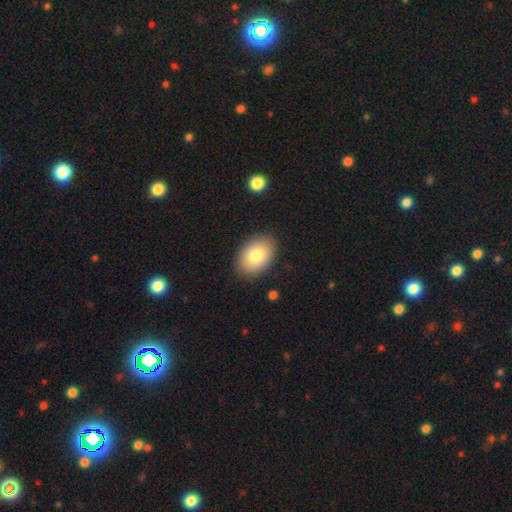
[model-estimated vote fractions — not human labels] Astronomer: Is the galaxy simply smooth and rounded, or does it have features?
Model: smooth — 78%.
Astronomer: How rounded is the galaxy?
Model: in between — 82%.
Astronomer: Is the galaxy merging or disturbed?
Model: none — 87%.